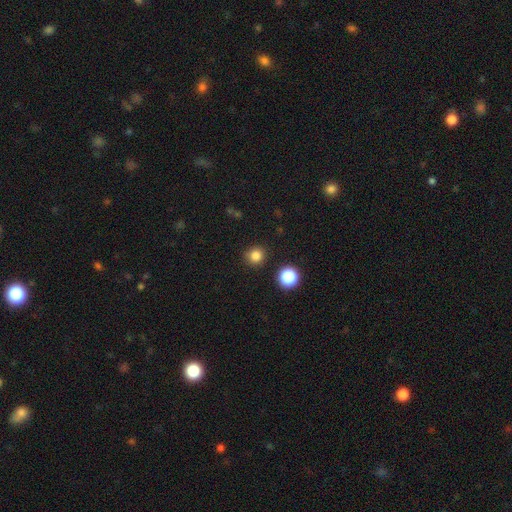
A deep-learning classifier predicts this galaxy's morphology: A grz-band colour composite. It shows a smooth galaxy with no disk features (82%) that is round (91%). Merging: none (89%).